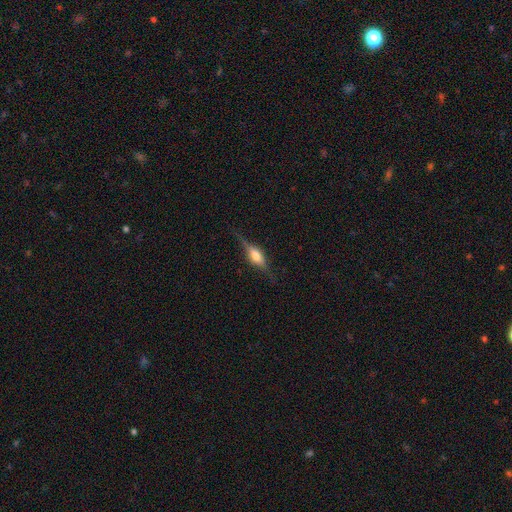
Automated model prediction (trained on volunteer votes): The model was most divided on "smooth or featured": featured or disk: 69%, smooth: 23%, star or artifact: 8%. More confident: edge-on disk — yes (96%); edge-on bulge — rounded (85%); merging — none (78%).